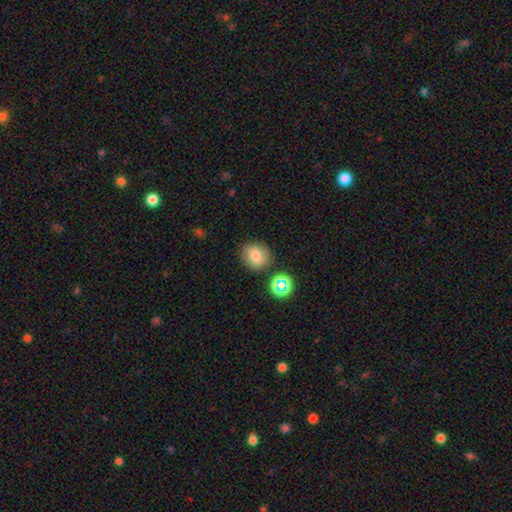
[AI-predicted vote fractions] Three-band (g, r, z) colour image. It shows a smooth galaxy with no disk features (75%) that is round (73%). Merging: none (80%).